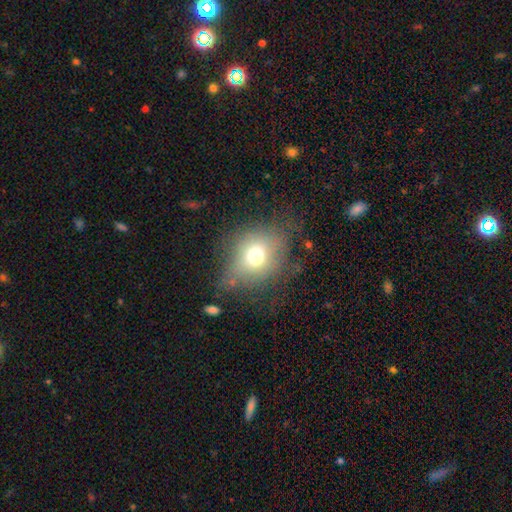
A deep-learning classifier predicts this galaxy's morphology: smooth_or_featured: smooth (p=0.66) [alt: featured or disk p=0.19]
how_rounded: round (p=0.63) [alt: in between p=0.36]
merging: none (p=0.60) [alt: minor disturbance p=0.23]